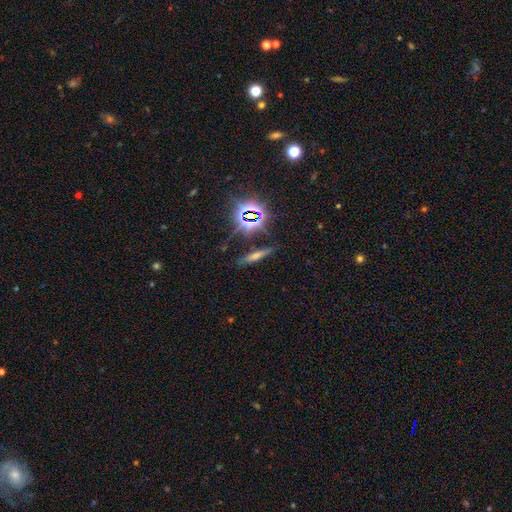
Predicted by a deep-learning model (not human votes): Morphology: type=featured or disk (36%); merging=none (84%).